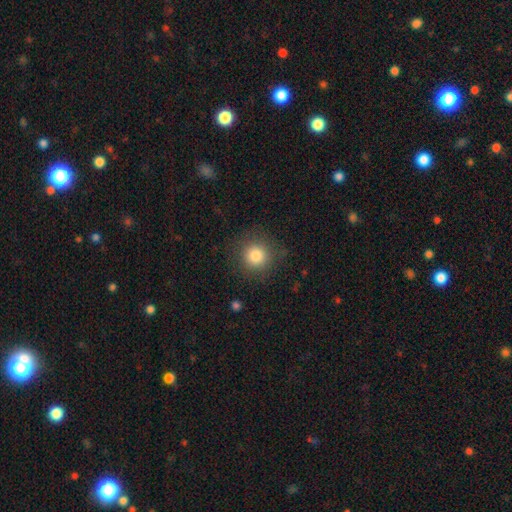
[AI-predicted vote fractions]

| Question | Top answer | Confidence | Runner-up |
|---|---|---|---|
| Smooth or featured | smooth | 83% | star or artifact (11%) |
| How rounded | round | 94% | in between (5%) |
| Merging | none | 87% | minor disturbance (9%) |